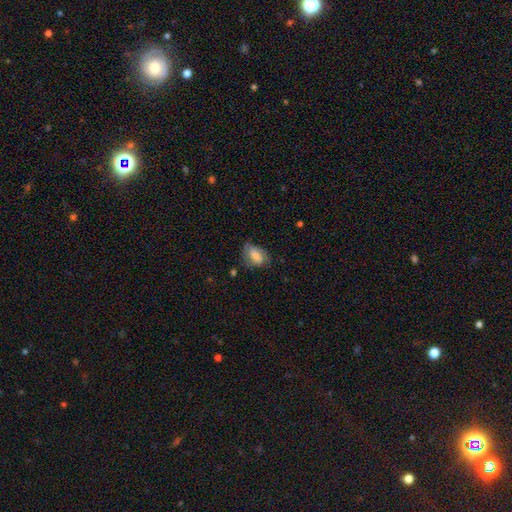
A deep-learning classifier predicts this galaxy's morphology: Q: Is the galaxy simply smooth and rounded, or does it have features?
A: smooth — 60%.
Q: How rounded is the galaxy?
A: in between — 85%.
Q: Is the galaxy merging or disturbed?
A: none — 53%.